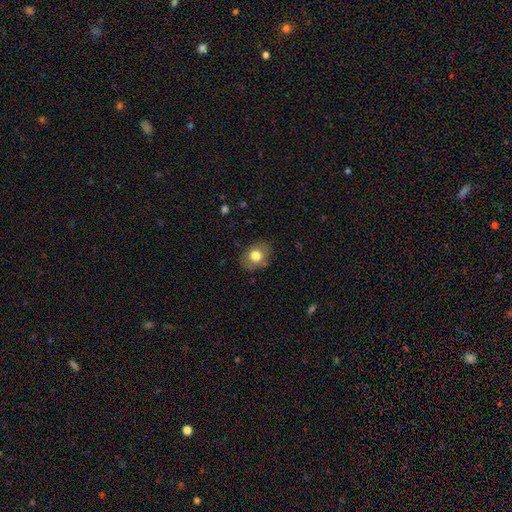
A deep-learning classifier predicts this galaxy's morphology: Smooth or featured? Predicted: smooth (p=0.76). How rounded? Predicted: in between (p=0.61). Merging? Predicted: none (p=0.80).